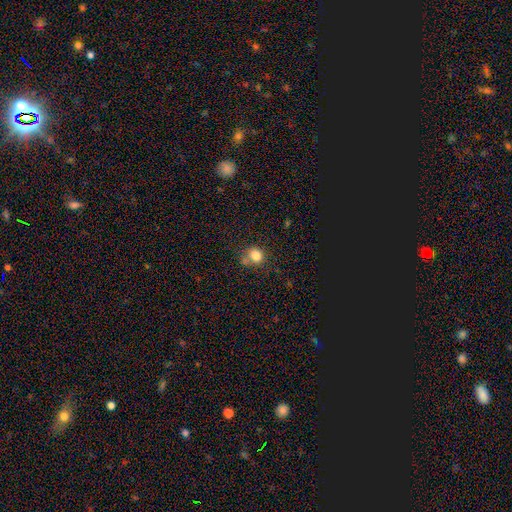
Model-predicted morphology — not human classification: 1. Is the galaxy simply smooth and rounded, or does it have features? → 82% smooth, 12% star or artifact, 7% featured or disk.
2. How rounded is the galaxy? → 64% round, 35% in between, 1% cigar-shaped.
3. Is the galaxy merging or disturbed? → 58% none, 19% minor disturbance, 16% merger, 7% major disturbance.